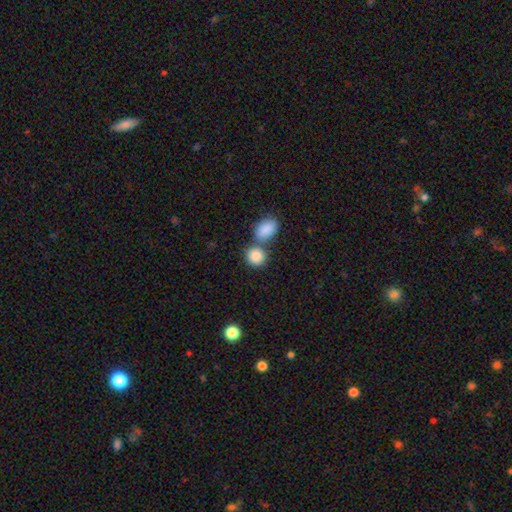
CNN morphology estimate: This is clearly a smooth galaxy (87%). How rounded: likely round (65%). Merging: possibly none (47%).